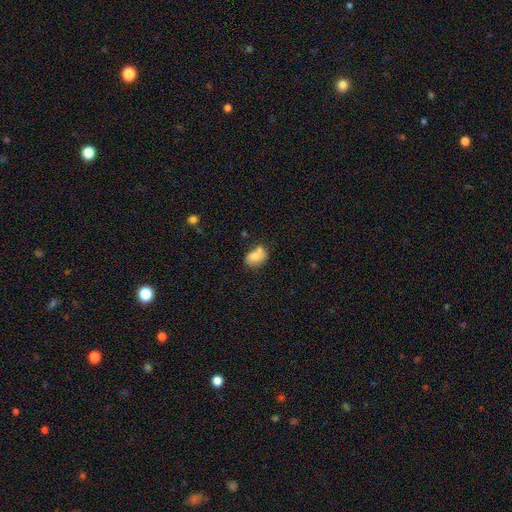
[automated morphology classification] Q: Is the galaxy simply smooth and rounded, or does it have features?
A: smooth — 71%.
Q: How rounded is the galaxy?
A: in between — 73%.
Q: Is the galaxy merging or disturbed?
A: none — 44%.